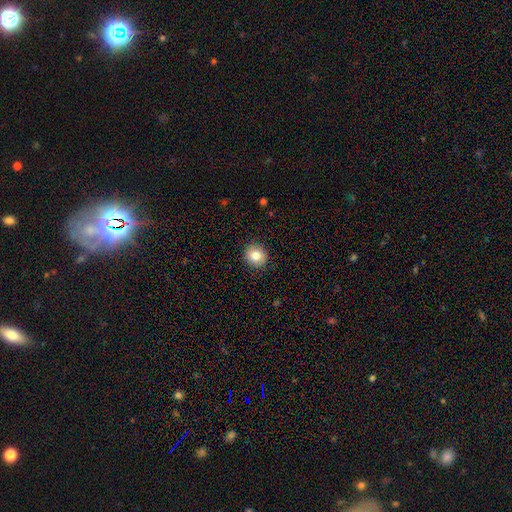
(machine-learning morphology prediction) This is clearly a smooth galaxy (81%). How rounded: clearly round (84%). Merging: clearly none (90%).